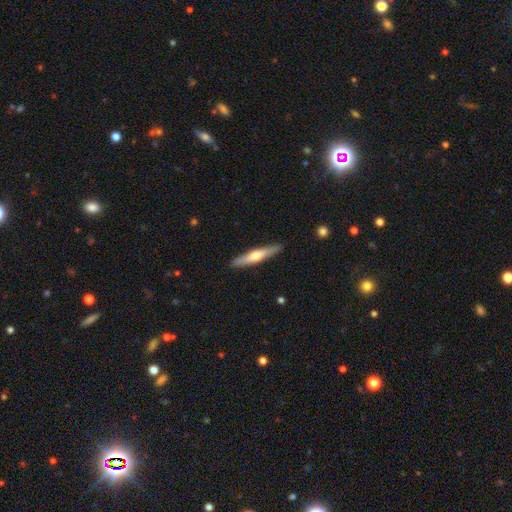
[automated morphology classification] This appears to be a featured or disk galaxy (50%). Merging: none (89%).